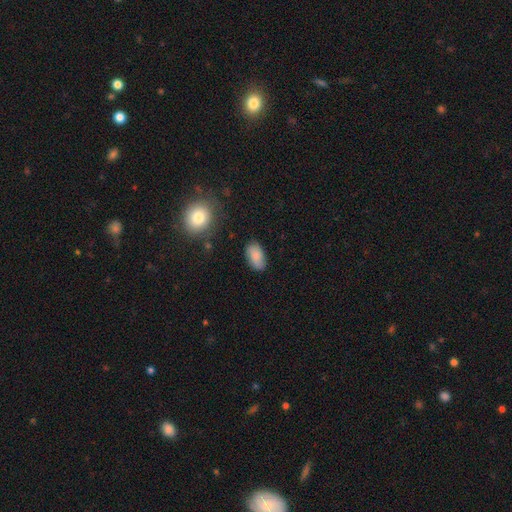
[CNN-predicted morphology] Overall: smooth (81%). How rounded: in between (93%). Merging: none (78%).